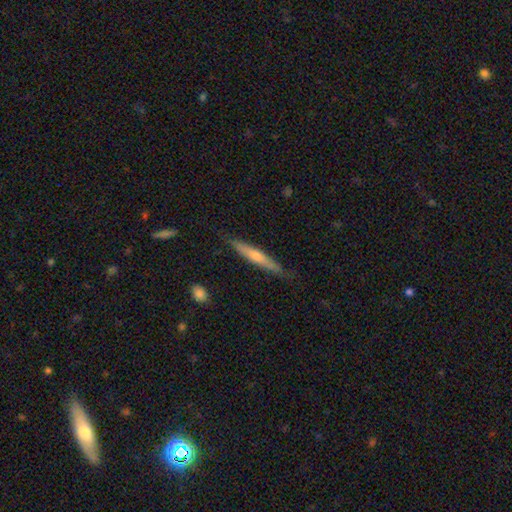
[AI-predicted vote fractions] Smooth or featured? featured or disk (48%)
Merging? none (84%)